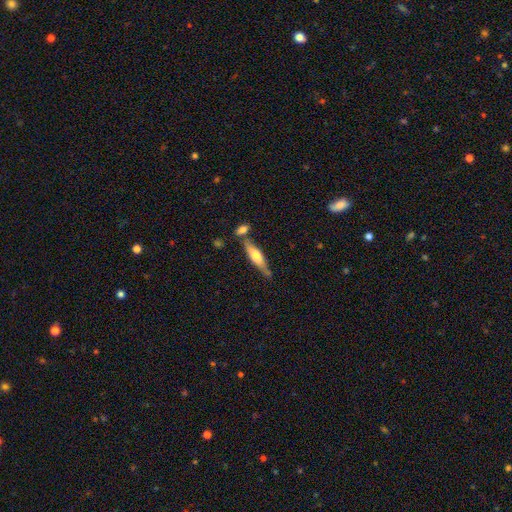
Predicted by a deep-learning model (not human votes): Q: Smooth or featured?
A: smooth (53%); runner-up: featured or disk (41%)
Q: How rounded?
A: cigar-shaped (68%); runner-up: in between (30%)
Q: Merging?
A: none (62%); runner-up: minor disturbance (17%)